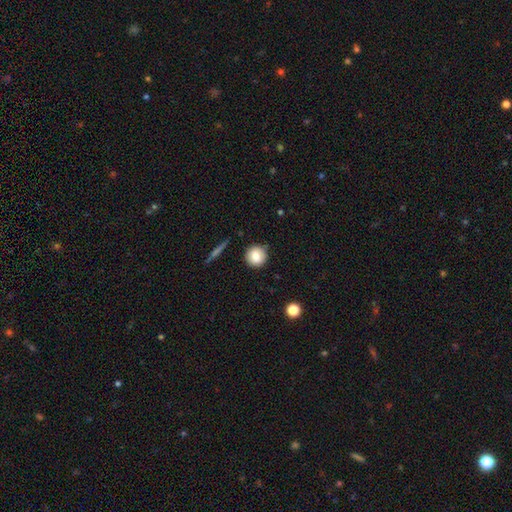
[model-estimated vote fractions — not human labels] smooth-or-featured: smooth: 82% | featured or disk: 9% | star or artifact: 9%
  how-rounded: round: 93% | in between: 6% | cigar-shaped: 1%
  merging: none: 87% | minor disturbance: 9% | major disturbance: 2% | merger: 2%